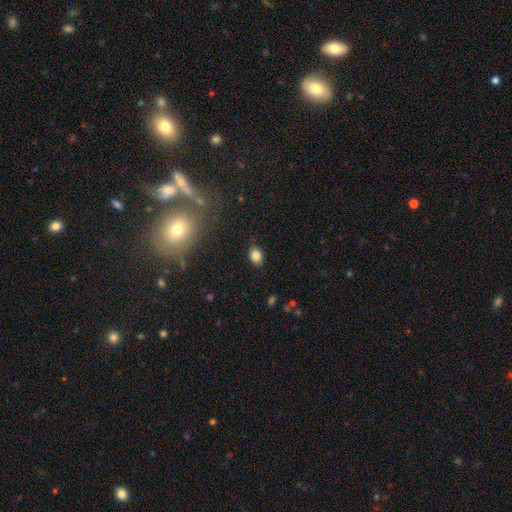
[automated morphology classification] smooth-or-featured: smooth: 83% | star or artifact: 10% | featured or disk: 7%
  how-rounded: in between: 79% | round: 19% | cigar-shaped: 1%
  merging: none: 85% | minor disturbance: 11% | major disturbance: 3% | merger: 1%